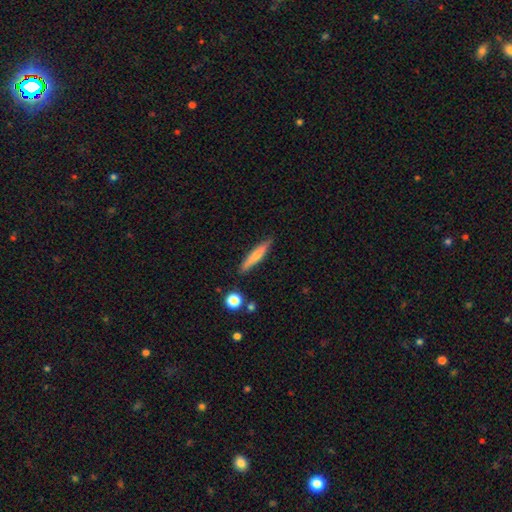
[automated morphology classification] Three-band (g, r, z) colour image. It shows a smooth galaxy with no disk features (67%) that is cigar-shaped (91%). Merging: none (85%).